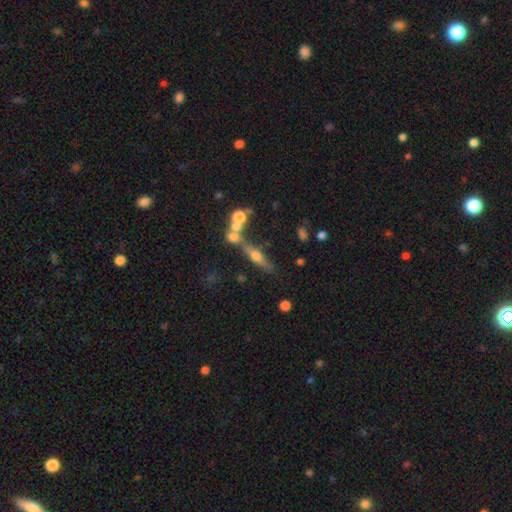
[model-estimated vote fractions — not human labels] smooth-or-featured: featured or disk: 53% | smooth: 36% | star or artifact: 12%
  disk-edge-on: yes: 83% | no: 17%
  merging: none: 54% | merger: 27% | minor disturbance: 13% | major disturbance: 7%